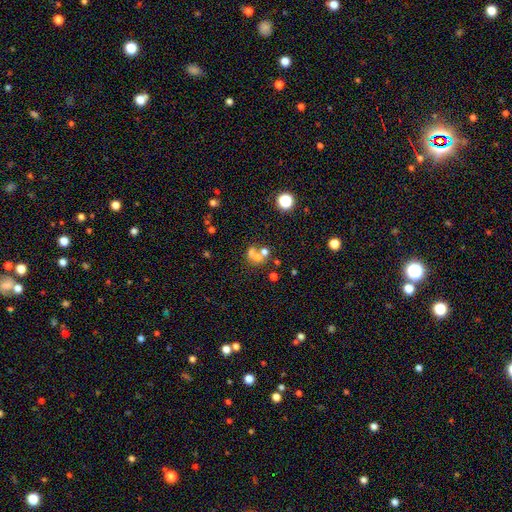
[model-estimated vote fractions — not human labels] Morphology: type=smooth (50%); merging=merger (50%).